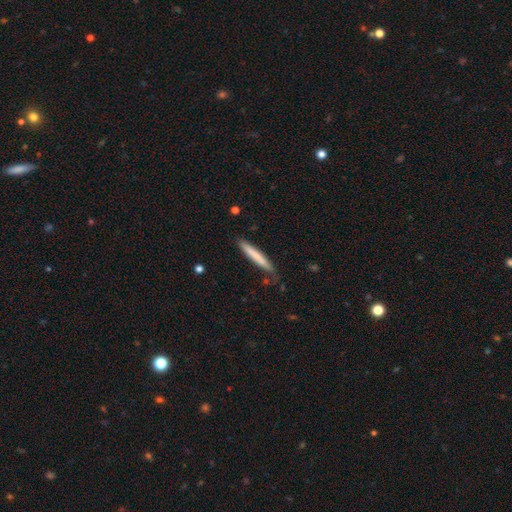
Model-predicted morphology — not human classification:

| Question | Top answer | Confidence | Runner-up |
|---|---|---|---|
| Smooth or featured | smooth | 73% | featured or disk (21%) |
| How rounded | cigar-shaped | 95% | in between (4%) |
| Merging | none | 78% | minor disturbance (17%) |